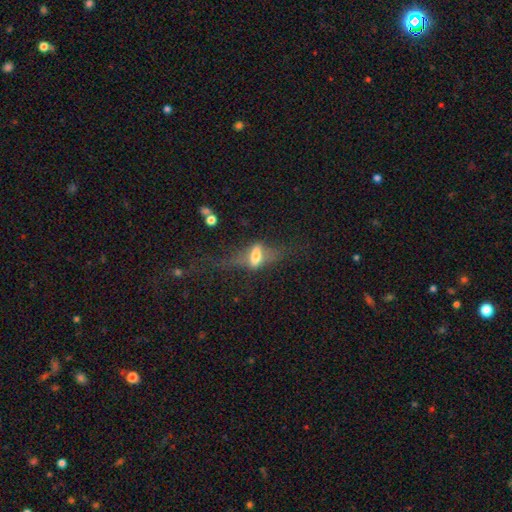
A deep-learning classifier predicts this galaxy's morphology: featured or disk 56%, smooth 34%, star or artifact 10%. Down the decision tree: edge-on disk — yes (65%); merging — none (43%).